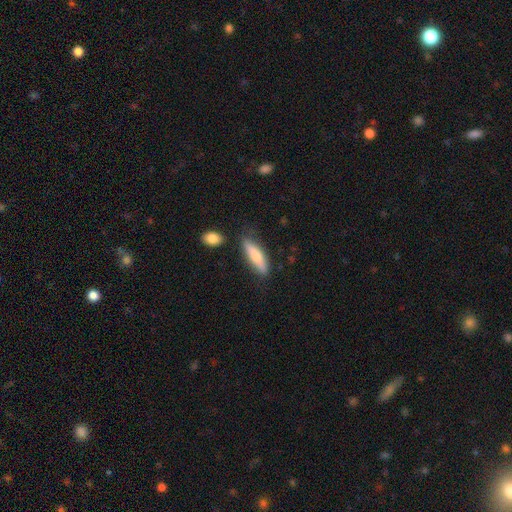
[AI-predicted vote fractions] Overall: smooth (66%; featured or disk 28%). How rounded: cigar-shaped (65%; in between 33%). Merging: none (76%).